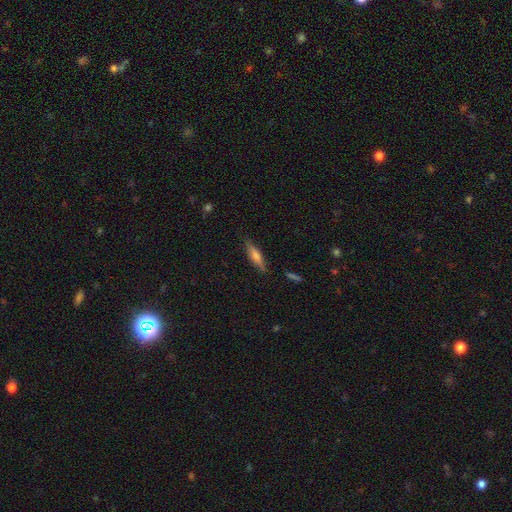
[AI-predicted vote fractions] Morphology: type=smooth (51%); roundness=cigar-shaped (74%); merging=none (84%).